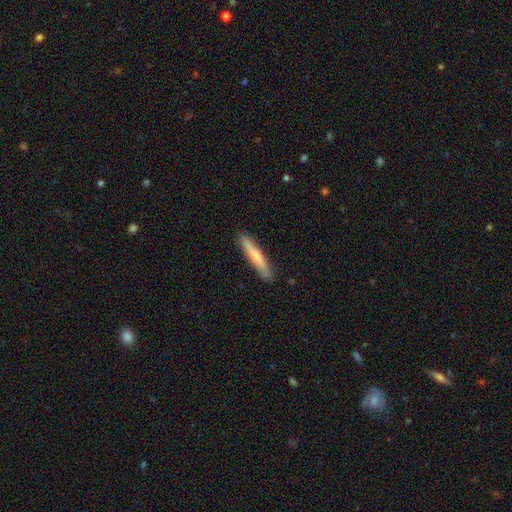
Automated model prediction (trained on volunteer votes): Smooth or featured?
  - smooth: 65% *
  - featured or disk: 30%
  - star or artifact: 5%
How rounded?
  - cigar-shaped: 93% *
  - in between: 6%
  - round: 1%
Merging?
  - none: 89% *
  - minor disturbance: 8%
  - major disturbance: 2%
  - merger: 1%